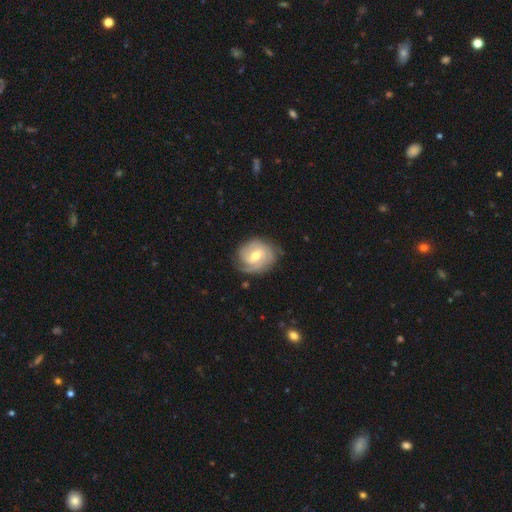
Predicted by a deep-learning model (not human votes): smooth-or-featured: featured or disk: 82% | smooth: 13% | star or artifact: 5%
  disk-edge-on: no: 97% | yes: 3%
    bar: weak: 52% | no: 35% | strong: 13%
    has-spiral-arms: yes: 95% | no: 5%
      spiral-winding: tight: 59% | medium: 32% | loose: 9%
      spiral-arm-count: 2: 35% | 3: 27% | can't tell: 21% | 1: 7% | 4: 5% | more than 4: 4%
    bulge-size: moderate: 65% | small: 31% | large: 3% | none: 1% | dominant: 1%
  merging: none: 74% | minor disturbance: 18% | major disturbance: 6% | merger: 1%